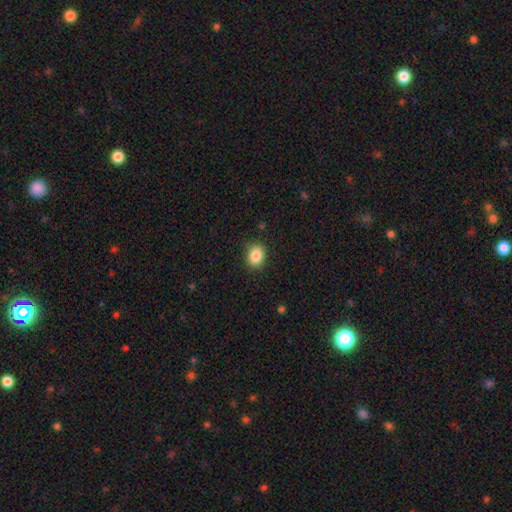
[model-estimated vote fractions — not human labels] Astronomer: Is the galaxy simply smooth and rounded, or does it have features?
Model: smooth — 86%.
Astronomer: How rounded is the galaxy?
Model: in between — 51% (runner-up: round, 48%).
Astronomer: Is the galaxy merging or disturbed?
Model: none — 84%.